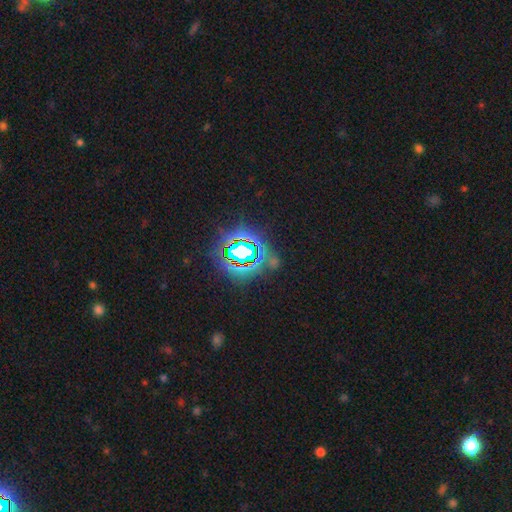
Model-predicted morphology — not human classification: Smooth or featured?
  - star or artifact: 82% *
  - smooth: 11%
  - featured or disk: 7%